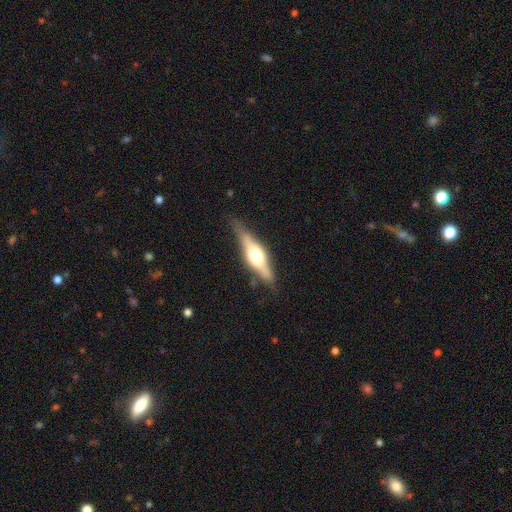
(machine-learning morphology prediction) Q: Smooth or featured?
A: featured or disk (68%); runner-up: smooth (26%)
Q: Edge-on disk?
A: yes (95%); runner-up: no (5%)
Q: Edge-on bulge?
A: rounded (91%); runner-up: boxy (7%)
Q: Merging?
A: none (80%); runner-up: minor disturbance (15%)